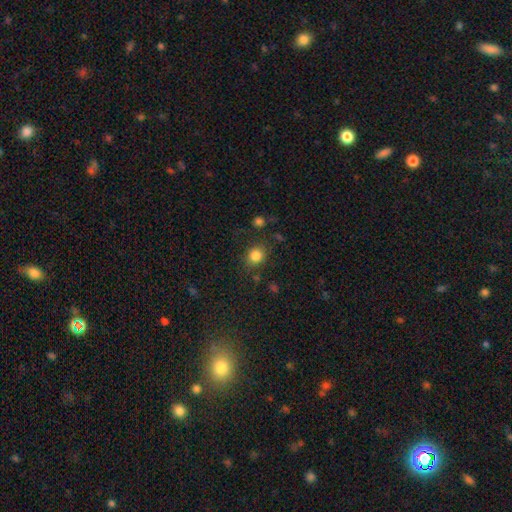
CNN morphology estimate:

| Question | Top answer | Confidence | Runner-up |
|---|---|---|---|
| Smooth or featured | smooth | 84% | star or artifact (11%) |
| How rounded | round | 74% | in between (25%) |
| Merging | none | 77% | minor disturbance (13%) |